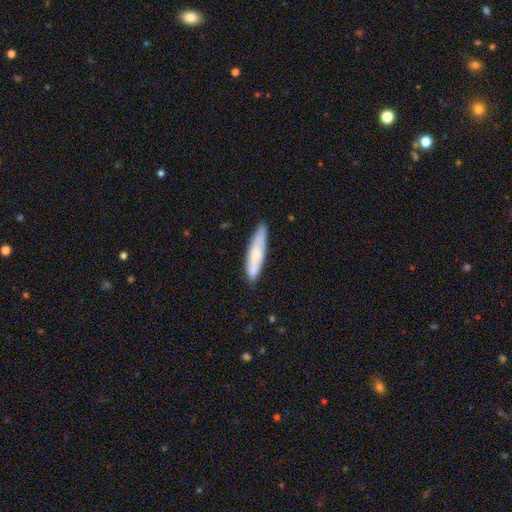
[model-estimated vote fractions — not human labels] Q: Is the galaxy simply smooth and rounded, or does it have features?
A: smooth — 65%.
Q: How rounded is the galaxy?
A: cigar-shaped — 80%.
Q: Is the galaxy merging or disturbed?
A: none — 79%.